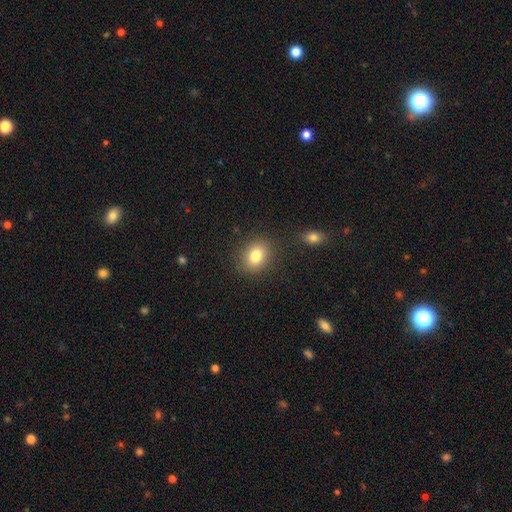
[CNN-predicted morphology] smooth_or_featured: smooth (p=0.81) [alt: star or artifact p=0.10]
how_rounded: round (p=0.53) [alt: in between p=0.46]
merging: none (p=0.85) [alt: minor disturbance p=0.09]